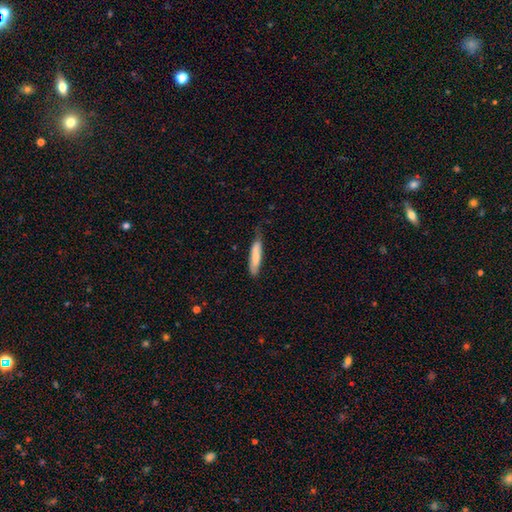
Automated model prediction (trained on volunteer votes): smooth_or_featured: smooth (p=0.79) [alt: featured or disk p=0.16]
how_rounded: cigar-shaped (p=0.83) [alt: in between p=0.16]
merging: none (p=0.61) [alt: minor disturbance p=0.32]